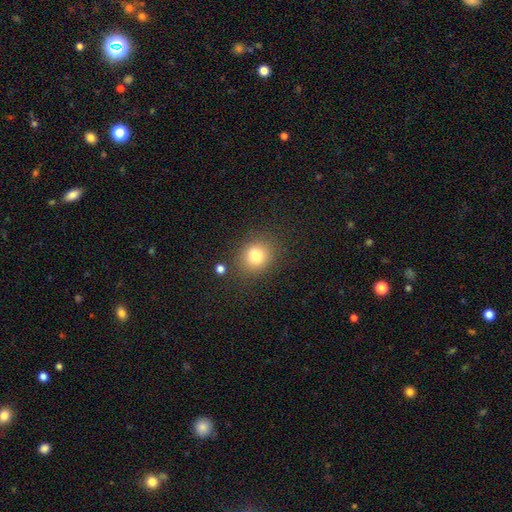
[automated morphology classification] smooth 82%, star or artifact 11%, featured or disk 7%. Down the decision tree: how rounded — round (64%); merging — none (79%).